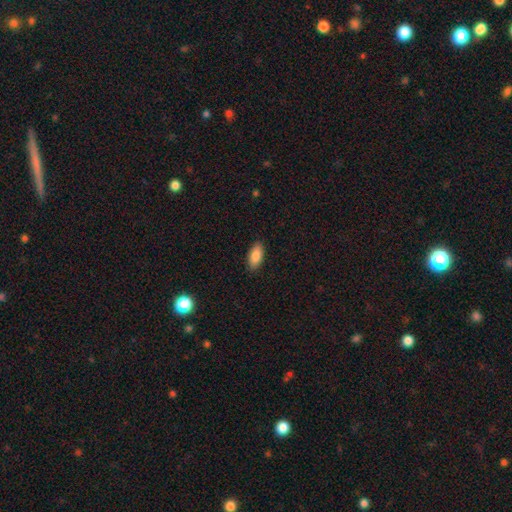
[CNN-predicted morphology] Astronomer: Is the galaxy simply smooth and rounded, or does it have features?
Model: smooth — 87%.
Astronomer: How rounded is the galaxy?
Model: in between — 86%.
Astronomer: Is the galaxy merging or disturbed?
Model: none — 89%.